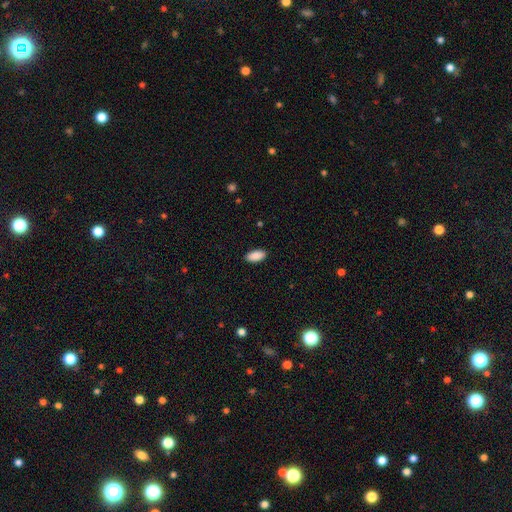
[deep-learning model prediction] smooth 91%, star or artifact 6%, featured or disk 3%. Down the decision tree: how rounded — in between (93%); merging — none (90%).